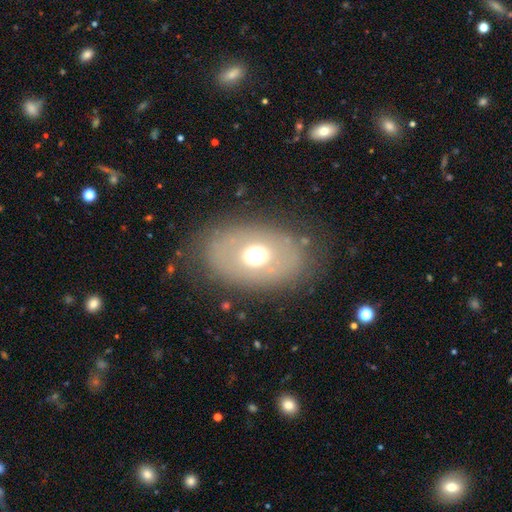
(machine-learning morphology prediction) A smooth galaxy with no disk features (53%) that is in between round and cigar-shaped (74%).

Vote fractions:
- Smooth or featured? smooth: 53% / featured or disk: 37% / star or artifact: 10%
- How rounded? in between: 74% / round: 25% / cigar-shaped: 1%
- Merging? none: 79% / minor disturbance: 12% / major disturbance: 8% / merger: 2%